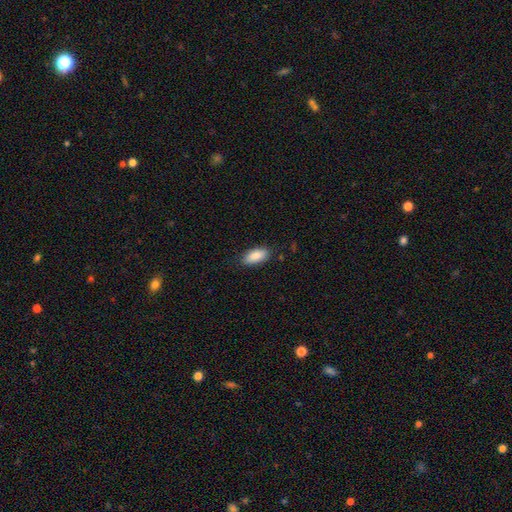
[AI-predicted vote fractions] Smooth or featured? smooth (87%)
How rounded? in between (88%)
Merging? none (85%)